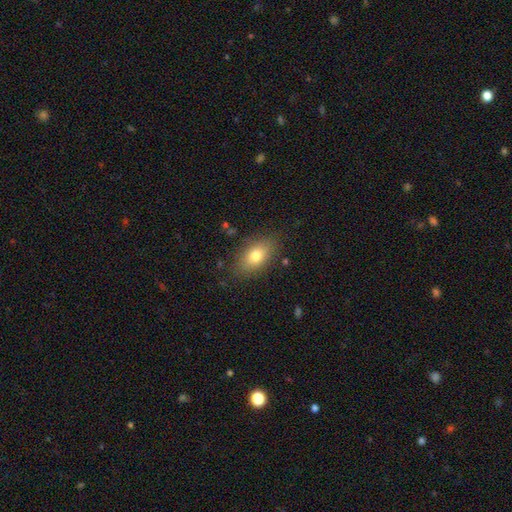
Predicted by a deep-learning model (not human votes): A smooth galaxy with no disk features (77%) that is in between round and cigar-shaped (86%).

Vote fractions:
- Smooth or featured? smooth: 77% / featured or disk: 14% / star or artifact: 9%
- How rounded? in between: 86% / round: 10% / cigar-shaped: 4%
- Merging? none: 83% / minor disturbance: 12% / major disturbance: 4% / merger: 1%